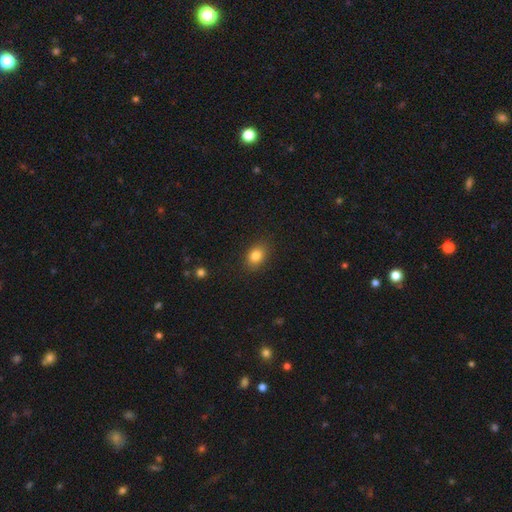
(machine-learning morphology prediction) The model was most divided on "how rounded": in between: 70%, round: 29%, cigar-shaped: 1%. More confident: merging — none (86%); smooth or featured — smooth (83%).